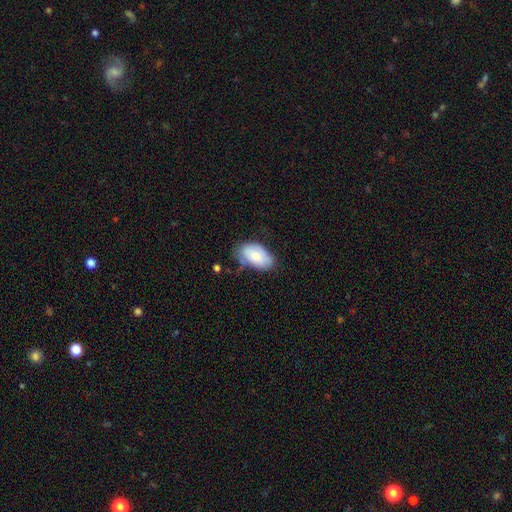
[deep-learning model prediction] A smooth galaxy with no disk features (78%) that is in between round and cigar-shaped (94%).

Vote fractions:
- Smooth or featured? smooth: 78% / featured or disk: 16% / star or artifact: 6%
- How rounded? in between: 94% / round: 4% / cigar-shaped: 1%
- Merging? none: 58% / minor disturbance: 32% / major disturbance: 7% / merger: 3%